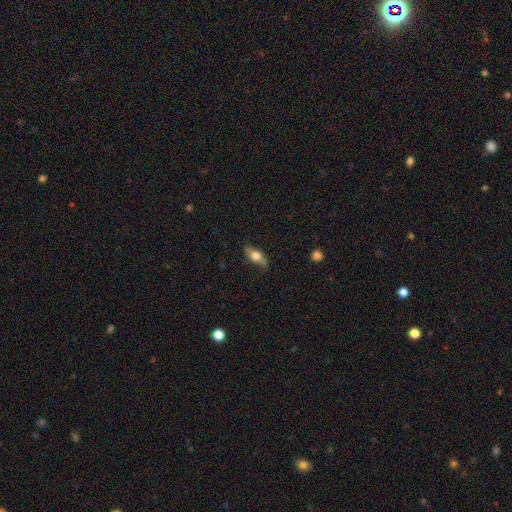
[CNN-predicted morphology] The model was most divided on "smooth or featured": smooth: 52%, featured or disk: 41%, star or artifact: 7%. More confident: merging — none (77%); how rounded — in between (71%).